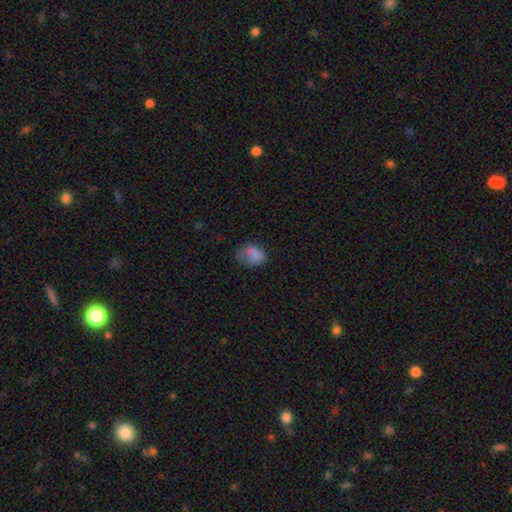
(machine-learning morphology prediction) smooth-or-featured: smooth: 74% | featured or disk: 13% | star or artifact: 13%
  how-rounded: in between: 55% | round: 44% | cigar-shaped: 1%
  merging: none: 44% | minor disturbance: 30% | major disturbance: 22% | merger: 4%